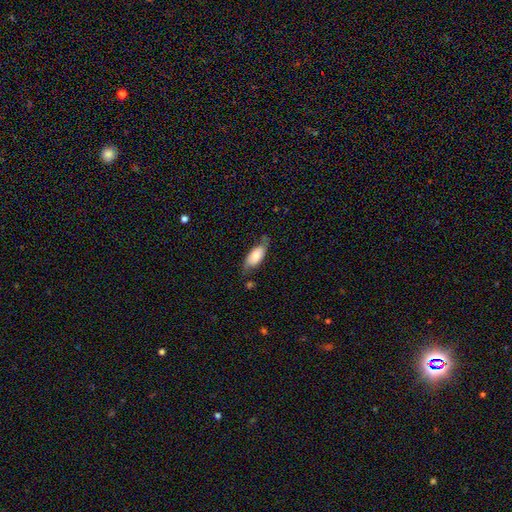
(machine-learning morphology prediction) A smooth galaxy with no disk features (73%) that is in between round and cigar-shaped (87%). Merging: none (59%).